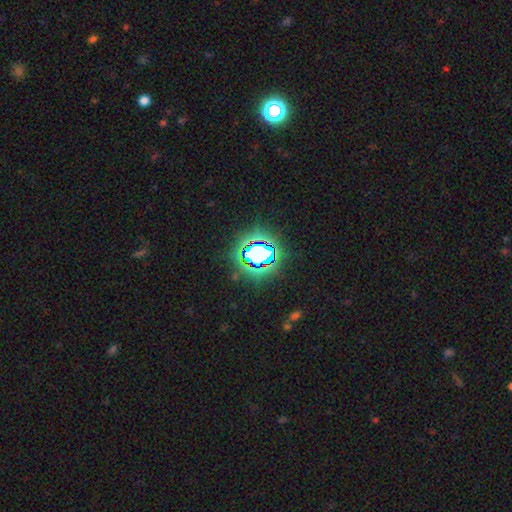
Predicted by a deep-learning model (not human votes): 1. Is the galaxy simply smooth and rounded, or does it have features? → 67% star or artifact, 21% smooth, 12% featured or disk.